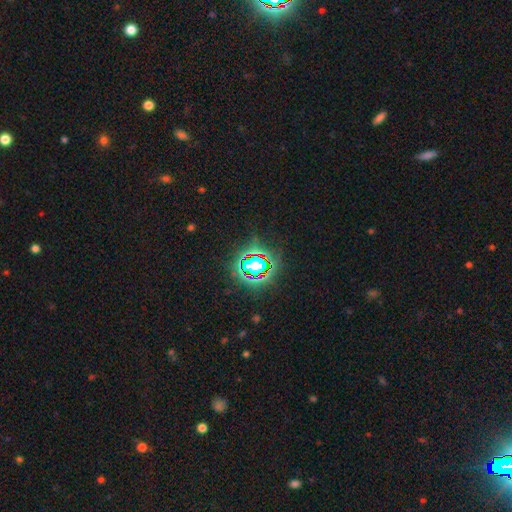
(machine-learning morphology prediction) This is clearly a star or artifact rather than a galaxy (82%).